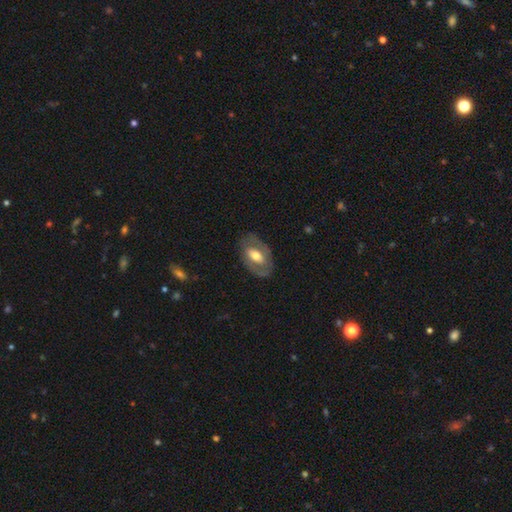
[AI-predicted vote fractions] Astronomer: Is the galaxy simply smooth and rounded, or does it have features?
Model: featured or disk — 54% (runner-up: smooth, 40%).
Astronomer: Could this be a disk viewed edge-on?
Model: no — 90%.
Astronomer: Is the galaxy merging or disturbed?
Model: none — 77%.